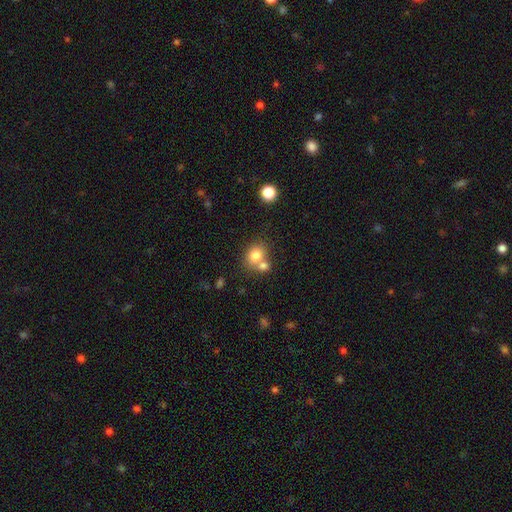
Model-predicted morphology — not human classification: This appears to be a smooth galaxy with no disk features (78%) that is round (63%). Merging: none (45%).